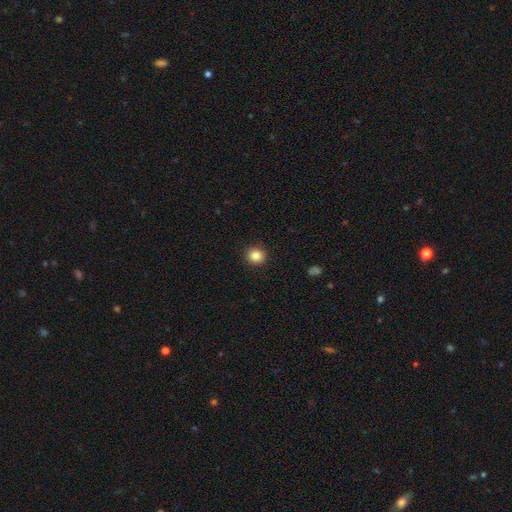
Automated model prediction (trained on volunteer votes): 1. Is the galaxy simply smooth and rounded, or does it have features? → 85% smooth, 10% star or artifact, 5% featured or disk.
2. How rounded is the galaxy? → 87% round, 12% in between, 1% cigar-shaped.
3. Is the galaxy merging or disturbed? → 92% none, 5% minor disturbance, 2% major disturbance, 1% merger.